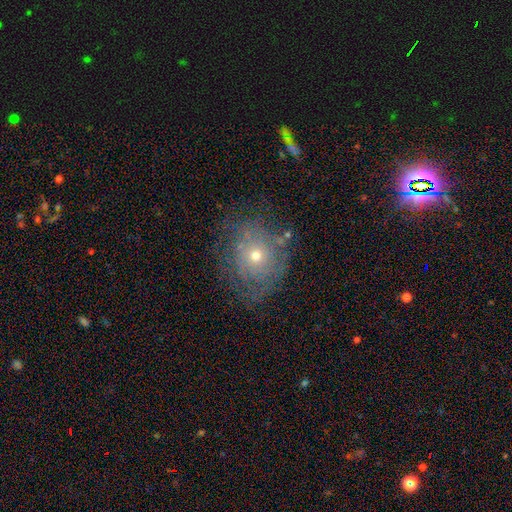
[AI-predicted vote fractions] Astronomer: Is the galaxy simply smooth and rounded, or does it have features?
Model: featured or disk — 44% (runner-up: smooth, 43%).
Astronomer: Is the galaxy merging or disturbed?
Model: none — 64%.